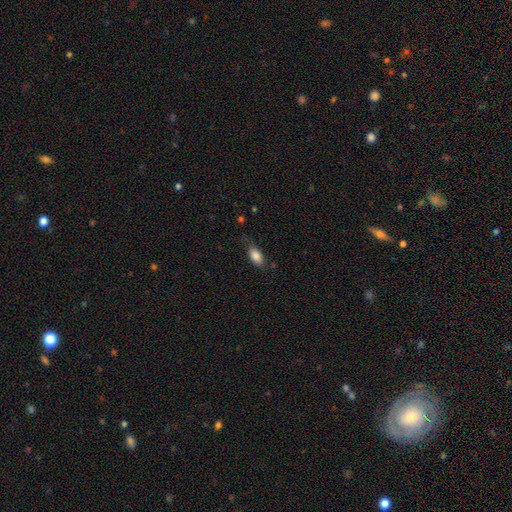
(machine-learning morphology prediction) Smooth or featured?
  - smooth: 85% *
  - featured or disk: 8%
  - star or artifact: 7%
How rounded?
  - in between: 90% *
  - cigar-shaped: 5%
  - round: 4%
Merging?
  - none: 68% *
  - minor disturbance: 23%
  - major disturbance: 7%
  - merger: 2%